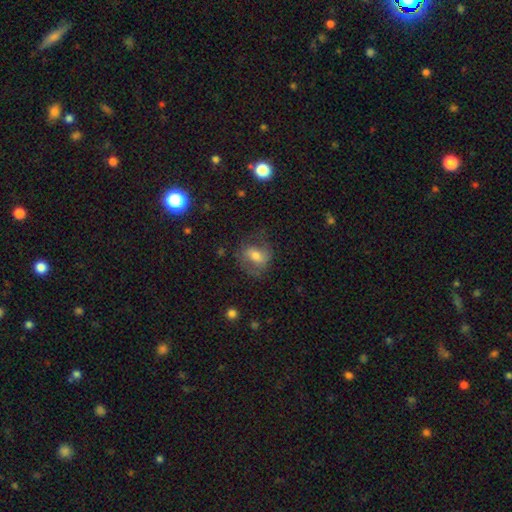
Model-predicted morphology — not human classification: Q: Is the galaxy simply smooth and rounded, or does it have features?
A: smooth — 51%.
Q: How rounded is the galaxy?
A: in between — 55%.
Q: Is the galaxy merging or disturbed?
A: none — 61%.